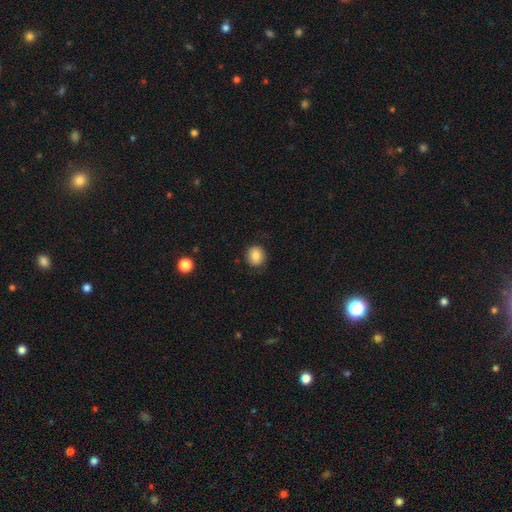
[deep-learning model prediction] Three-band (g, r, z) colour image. It shows a smooth galaxy with no disk features (82%) that is round (82%). Merging: none (86%).